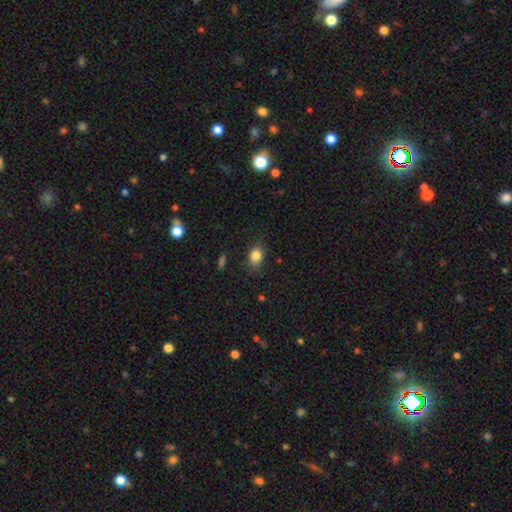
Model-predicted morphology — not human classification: Smooth or featured? Predicted: smooth (p=0.83). How rounded? Predicted: in between (p=0.61). Merging? Predicted: none (p=0.77).